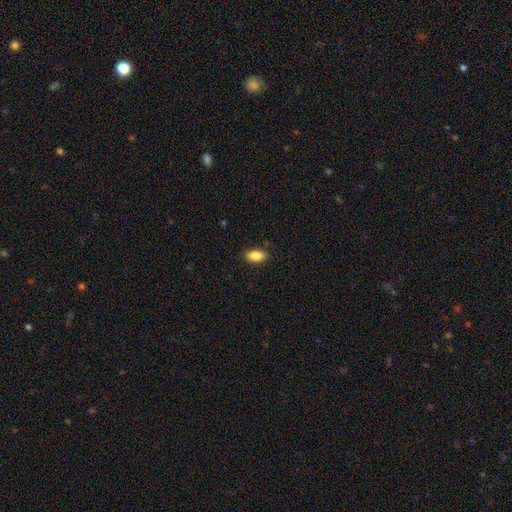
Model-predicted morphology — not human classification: A smooth galaxy with no disk features (86%) that is in between round and cigar-shaped (90%).

Vote fractions:
- Smooth or featured? smooth: 86% / star or artifact: 7% / featured or disk: 7%
- How rounded? in between: 90% / cigar-shaped: 6% / round: 5%
- Merging? none: 86% / minor disturbance: 11% / major disturbance: 2% / merger: 1%